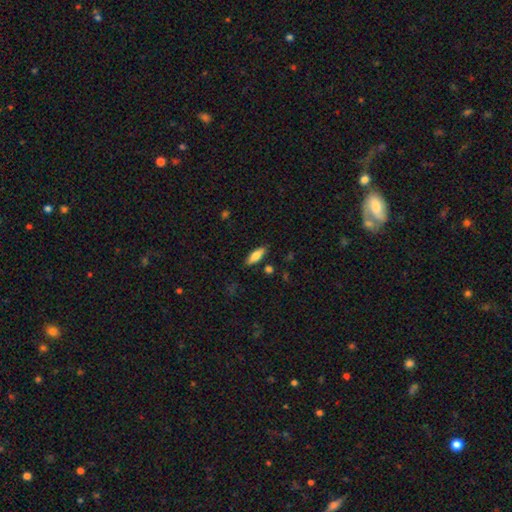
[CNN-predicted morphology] This appears to be a smooth galaxy with no disk features (77%) that is in between round and cigar-shaped (65%). Merging: none (84%).